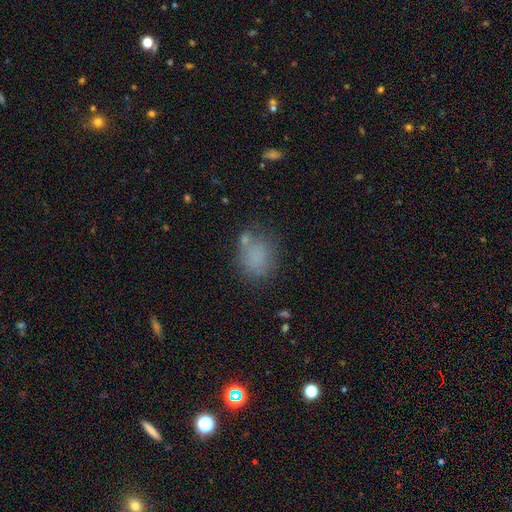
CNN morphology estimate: This appears to be a smooth galaxy with no disk features (77%) that is round (50%). Merging: none (67%).